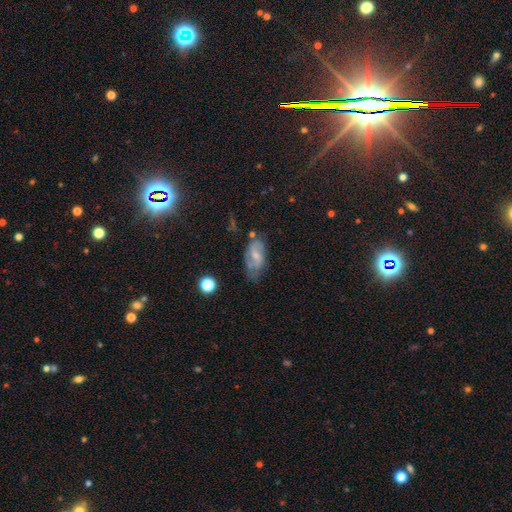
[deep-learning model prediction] Smooth or featured: featured or disk — 51% (smooth — 39%)
Edge-on disk: no — 93% (yes — 7%)
Merging: none — 51% (minor disturbance — 31%)